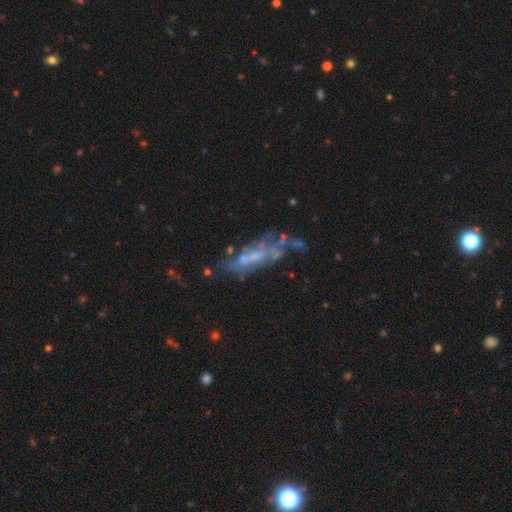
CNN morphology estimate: smooth_or_featured: featured or disk (p=0.64) [alt: smooth p=0.22]
disk_edge_on: no (p=0.79) [alt: yes p=0.21]
bar: no (p=0.66) [alt: weak p=0.25]
has_spiral_arms: no (p=0.66) [alt: yes p=0.34]
bulge_size: none (p=0.40) [alt: small p=0.36]
merging: none (p=0.47) [alt: minor disturbance p=0.20]